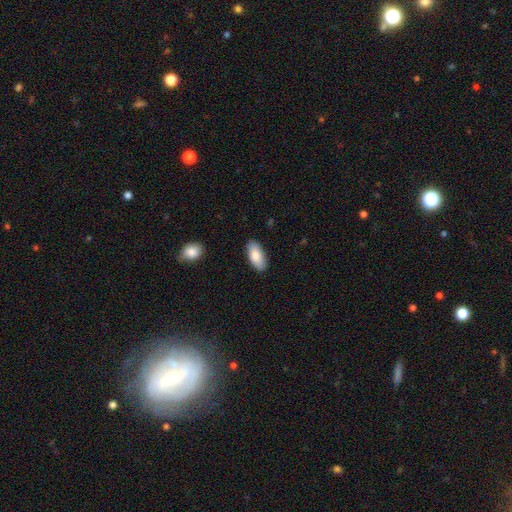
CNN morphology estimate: Overall: smooth (85%). How rounded: in between (90%). Merging: none (87%).